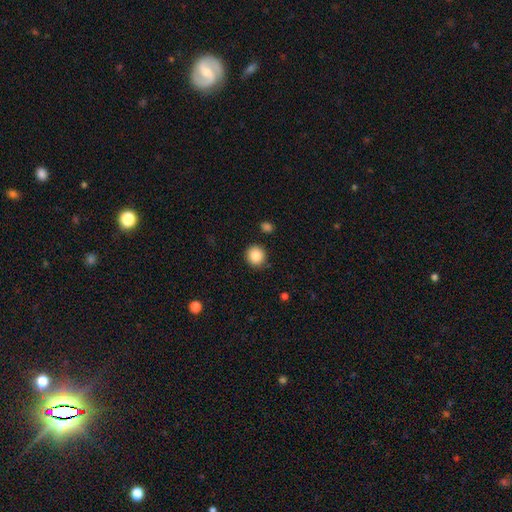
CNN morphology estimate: Smooth or featured? smooth (87%)
How rounded? round (91%)
Merging? none (88%)